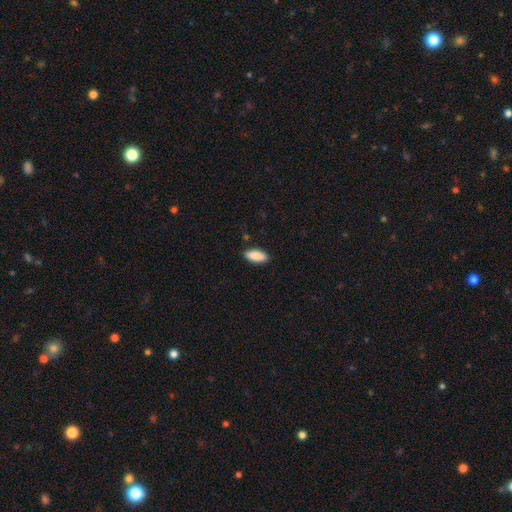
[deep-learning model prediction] Q: Smooth or featured?
A: smooth (89%); runner-up: star or artifact (6%)
Q: How rounded?
A: in between (79%); runner-up: cigar-shaped (19%)
Q: Merging?
A: none (88%); runner-up: minor disturbance (9%)